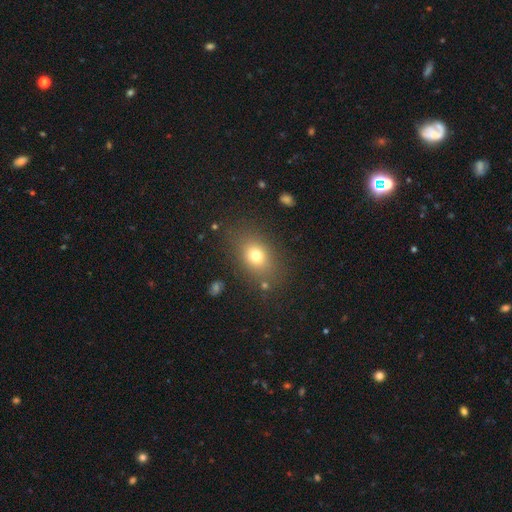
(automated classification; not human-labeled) Q: Smooth or featured?
A: smooth (73%); runner-up: star or artifact (14%)
Q: How rounded?
A: in between (63%); runner-up: round (35%)
Q: Merging?
A: none (80%); runner-up: minor disturbance (12%)